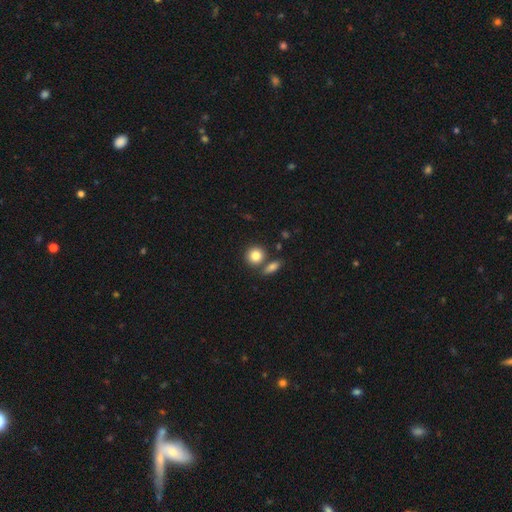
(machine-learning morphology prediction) type=smooth (83%); roundness=round (82%); merging=none (68%).